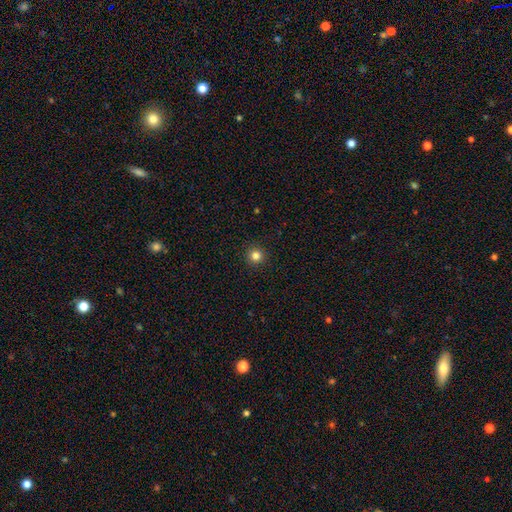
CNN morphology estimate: Smooth or featured? Predicted: smooth (p=0.82). How rounded? Predicted: round (p=0.96). Merging? Predicted: none (p=0.93).